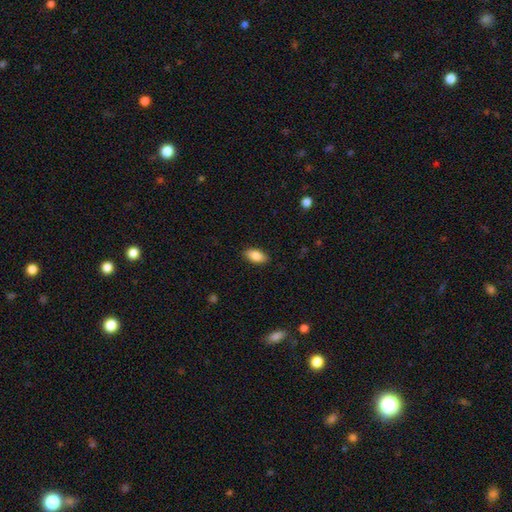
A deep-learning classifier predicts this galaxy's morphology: The model was most divided on "merging": none: 88%, minor disturbance: 9%, major disturbance: 2%, merger: 1%. More confident: how rounded — in between (91%); smooth or featured — smooth (86%).